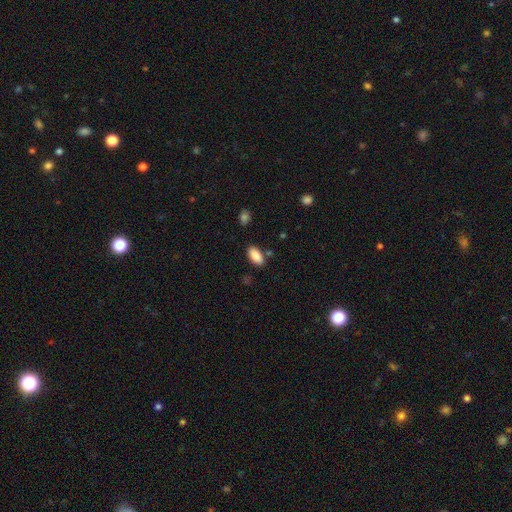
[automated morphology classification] Smooth or featured? Predicted: smooth (p=0.89). How rounded? Predicted: in between (p=0.91). Merging? Predicted: none (p=0.82).